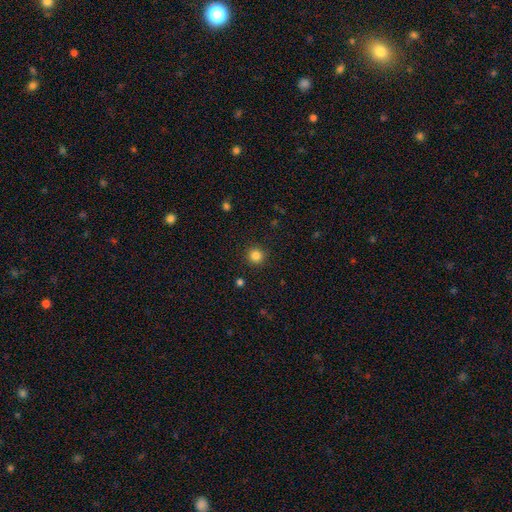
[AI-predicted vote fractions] Smooth or featured?
  - smooth: 84% *
  - star or artifact: 12%
  - featured or disk: 4%
How rounded?
  - round: 95% *
  - in between: 4%
  - cigar-shaped: 1%
Merging?
  - none: 92% *
  - minor disturbance: 5%
  - major disturbance: 2%
  - merger: 1%